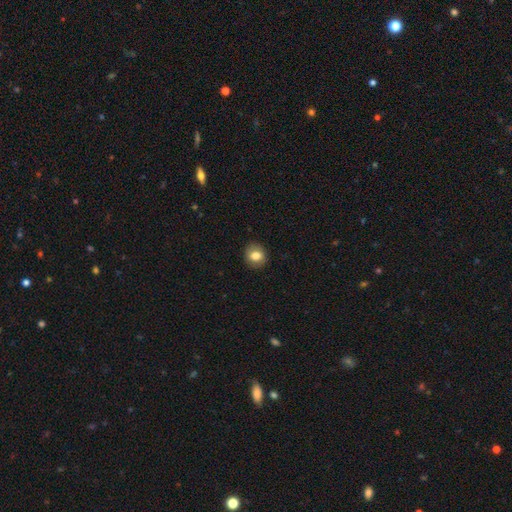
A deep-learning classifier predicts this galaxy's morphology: smooth 78%, featured or disk 13%, star or artifact 9%. Down the decision tree: how rounded — round (72%); merging — none (88%).